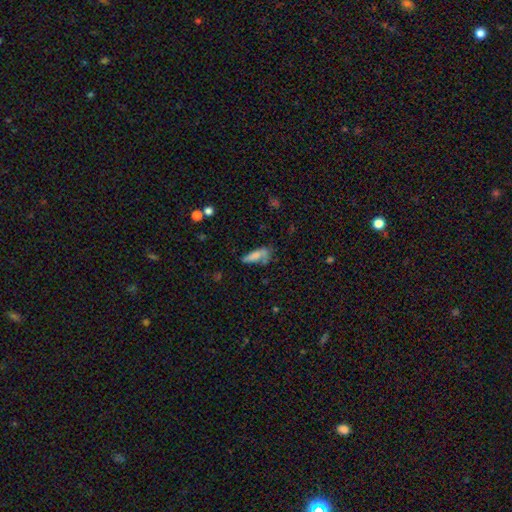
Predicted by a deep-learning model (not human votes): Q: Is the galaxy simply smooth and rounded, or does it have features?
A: smooth — 70%.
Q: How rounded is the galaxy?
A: in between — 61%.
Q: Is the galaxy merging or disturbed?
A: none — 38%.